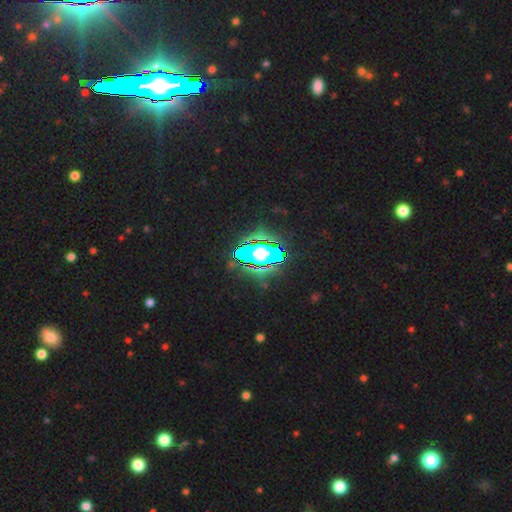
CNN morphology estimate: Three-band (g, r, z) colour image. It shows a star or artifact, not a galaxy (55%).